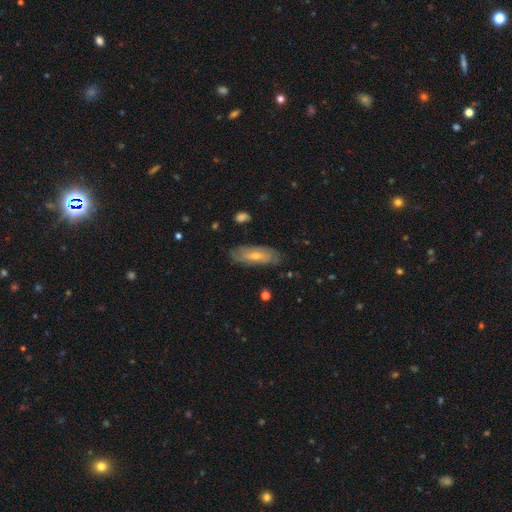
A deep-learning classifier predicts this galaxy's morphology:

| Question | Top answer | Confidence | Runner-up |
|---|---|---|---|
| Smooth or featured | featured or disk | 55% | smooth (39%) |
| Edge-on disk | no | 78% | yes (22%) |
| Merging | none | 77% | minor disturbance (17%) |